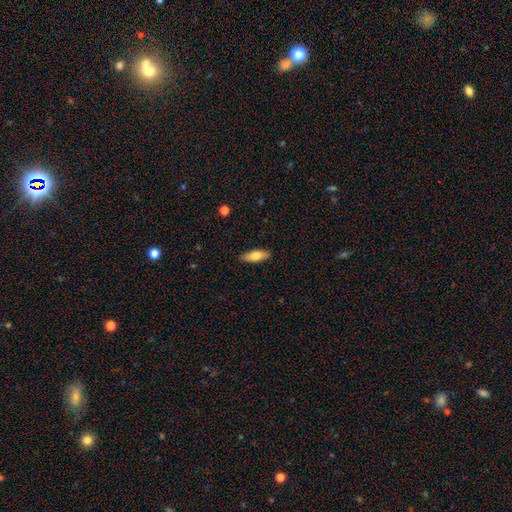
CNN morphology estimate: Smooth or featured? Predicted: smooth (p=0.76). How rounded? Predicted: in between (p=0.66). Merging? Predicted: none (p=0.88).